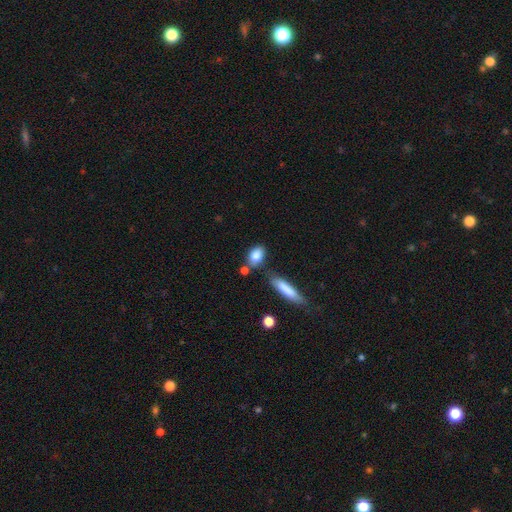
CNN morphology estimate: This is clearly a smooth galaxy (83%). How rounded: likely in between (79%). Merging: likely none (63%).